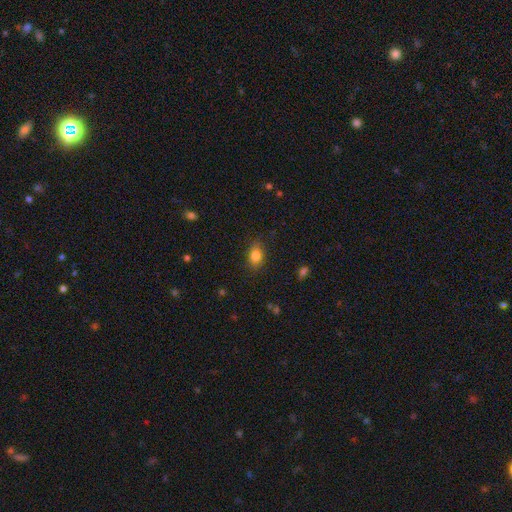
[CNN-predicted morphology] Q: Smooth or featured?
A: smooth (83%); runner-up: star or artifact (10%)
Q: How rounded?
A: in between (77%); runner-up: round (20%)
Q: Merging?
A: none (83%); runner-up: minor disturbance (13%)